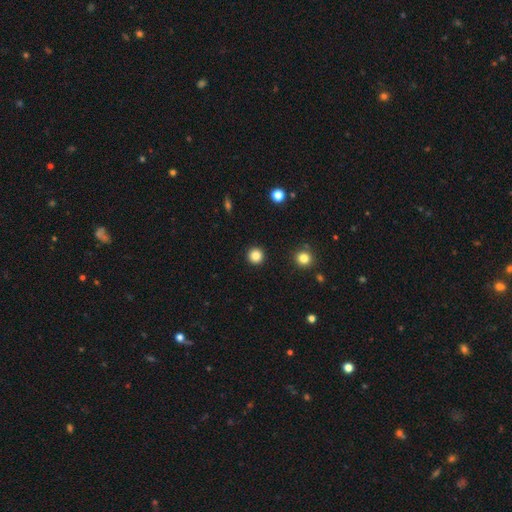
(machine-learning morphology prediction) smooth_or_featured: smooth (p=0.84) [alt: star or artifact p=0.12]
how_rounded: round (p=0.95) [alt: in between p=0.04]
merging: none (p=0.93) [alt: minor disturbance p=0.04]